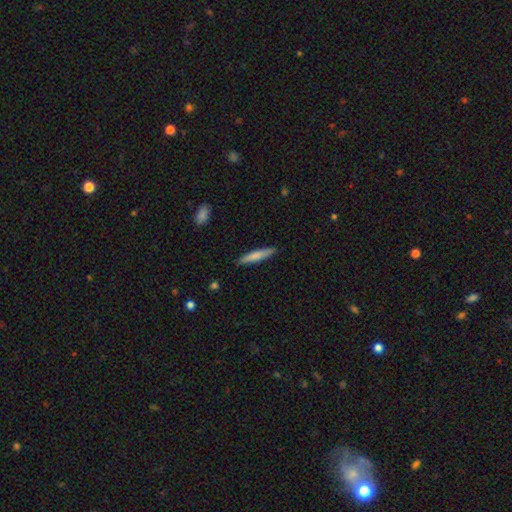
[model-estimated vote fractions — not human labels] This is likely a smooth galaxy (74%). How rounded: clearly cigar-shaped (92%). Merging: clearly none (89%).